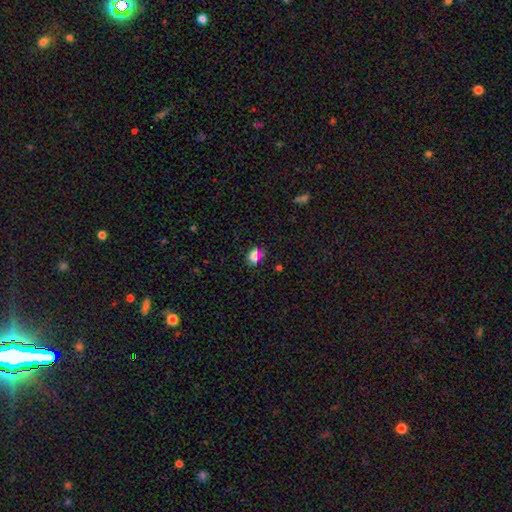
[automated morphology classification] Smooth or featured?
  - smooth: 76% *
  - star or artifact: 18%
  - featured or disk: 6%
How rounded?
  - in between: 61% *
  - round: 37%
  - cigar-shaped: 2%
Merging?
  - none: 79% *
  - minor disturbance: 13%
  - merger: 4%
  - major disturbance: 3%